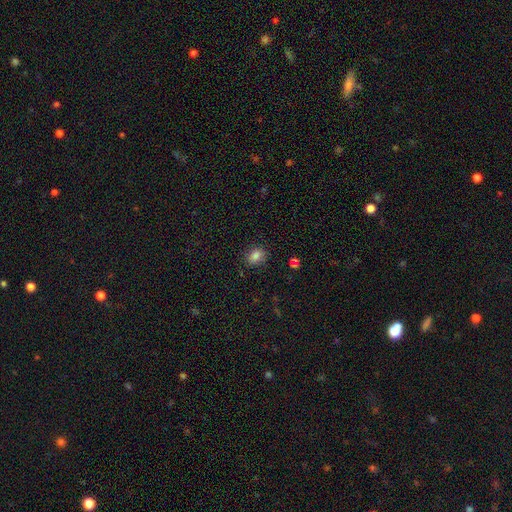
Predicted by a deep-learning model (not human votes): A smooth galaxy with no disk features (83%) that is in between round and cigar-shaped (62%). Merging: none (84%).